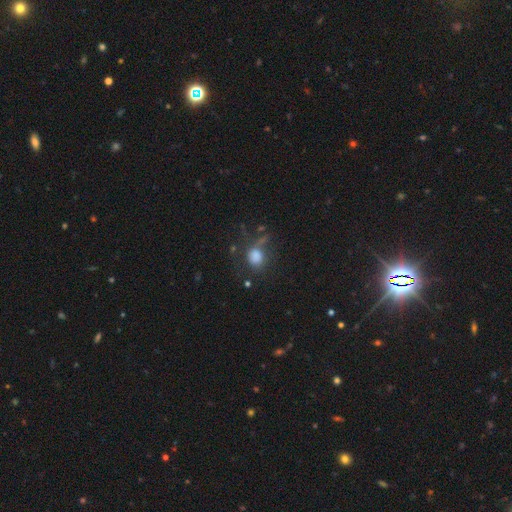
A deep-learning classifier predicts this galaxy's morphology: Smooth or featured?
  - smooth: 74% *
  - star or artifact: 15%
  - featured or disk: 11%
How rounded?
  - round: 58% *
  - in between: 41%
  - cigar-shaped: 2%
Merging?
  - none: 51% *
  - minor disturbance: 23%
  - major disturbance: 18%
  - merger: 8%